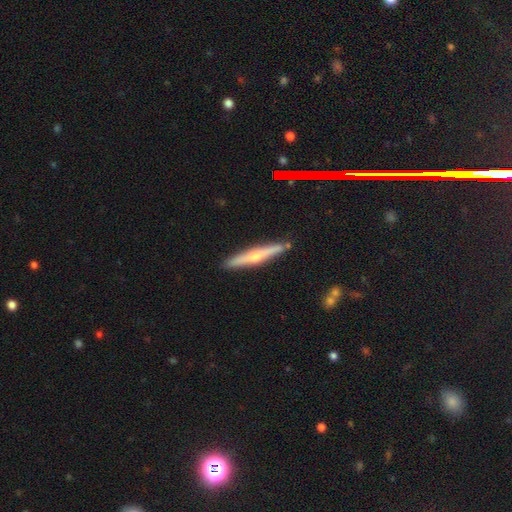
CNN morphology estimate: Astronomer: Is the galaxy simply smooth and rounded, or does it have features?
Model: featured or disk — 55% (runner-up: smooth, 37%).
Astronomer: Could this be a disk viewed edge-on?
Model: yes — 96%.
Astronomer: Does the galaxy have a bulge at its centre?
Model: rounded — 77%.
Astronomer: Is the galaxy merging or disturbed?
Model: none — 88%.